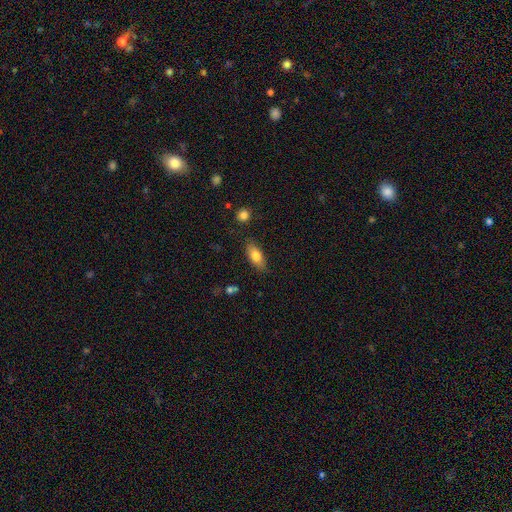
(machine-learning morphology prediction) A smooth galaxy with no disk features (75%) that is in between round and cigar-shaped (78%). Merging: none (83%).